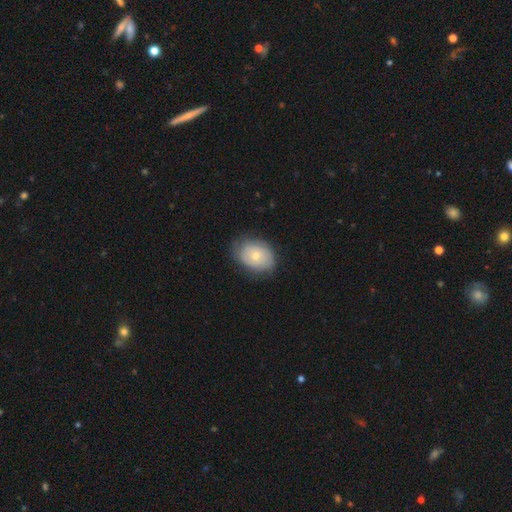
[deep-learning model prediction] Smooth or featured? smooth (59%)
How rounded? in between (69%)
Merging? none (72%)